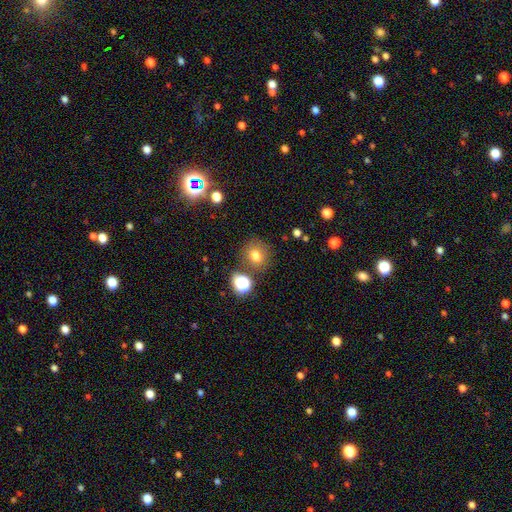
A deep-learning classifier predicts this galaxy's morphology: Smooth or featured? smooth (75%)
How rounded? round (77%)
Merging? none (77%)